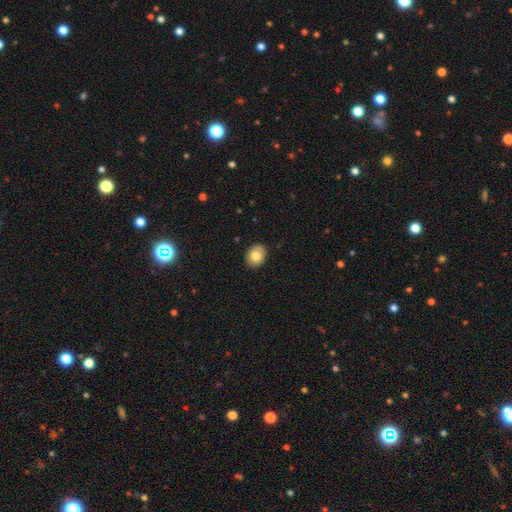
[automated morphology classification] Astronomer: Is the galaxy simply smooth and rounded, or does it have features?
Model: smooth — 79%.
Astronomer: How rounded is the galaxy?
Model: round — 50% (runner-up: in between, 49%).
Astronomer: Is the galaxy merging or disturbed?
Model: none — 89%.